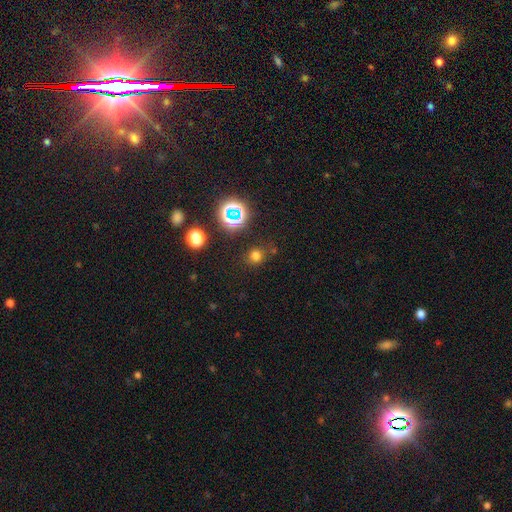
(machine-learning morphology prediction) Overall: smooth (68%). How rounded: round (83%). Merging: none (80%).